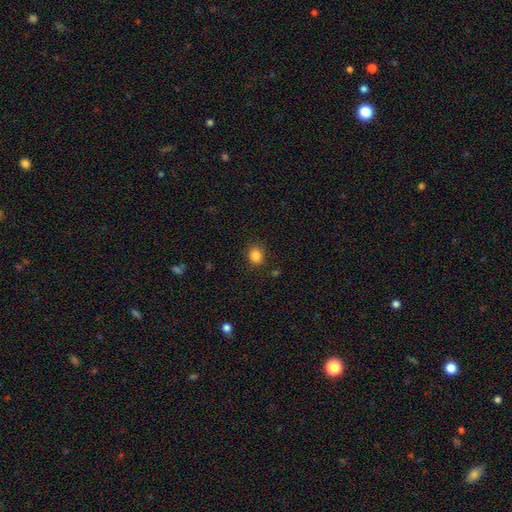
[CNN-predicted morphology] Smooth or featured: smooth — 85% (star or artifact — 11%)
How rounded: round — 67% (in between — 32%)
Merging: none — 86% (minor disturbance — 10%)